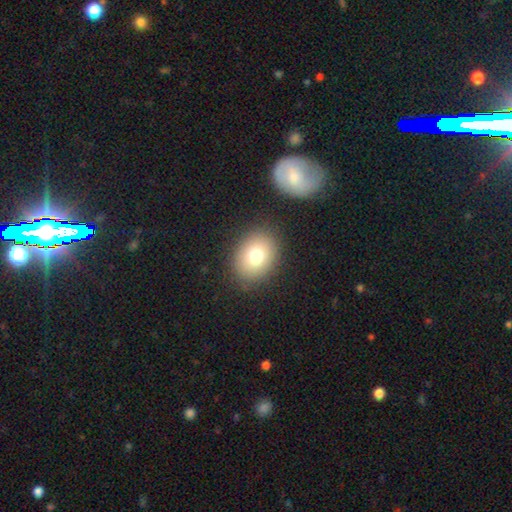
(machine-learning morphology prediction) smooth_or_featured: smooth (p=0.74) [alt: featured or disk p=0.13]
how_rounded: round (p=0.52) [alt: in between p=0.48]
merging: none (p=0.86) [alt: minor disturbance p=0.09]